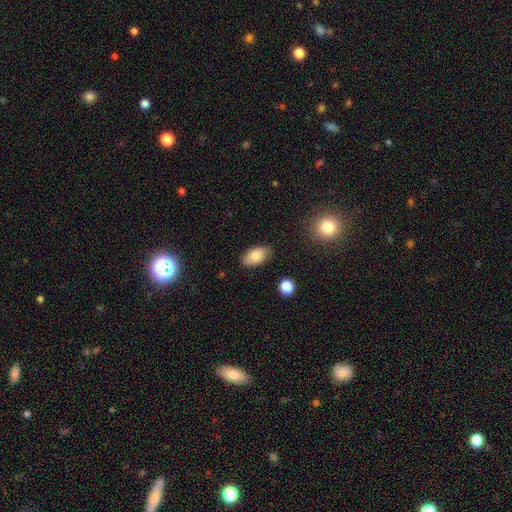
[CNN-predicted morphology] Overall: smooth (87%). How rounded: in between (93%). Merging: none (85%).